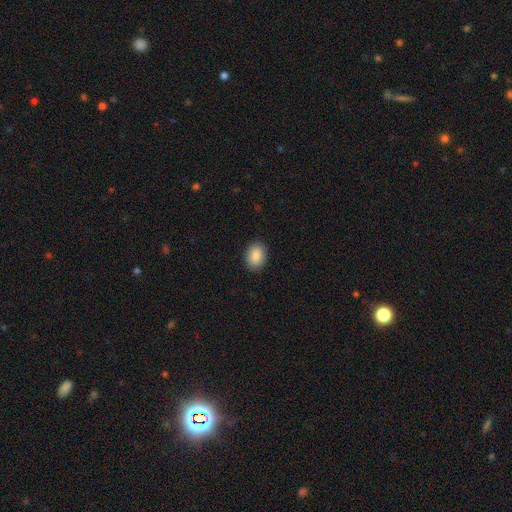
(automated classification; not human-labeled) smooth-or-featured: smooth: 87% | star or artifact: 7% | featured or disk: 6%
  how-rounded: in between: 67% | round: 32% | cigar-shaped: 1%
  merging: none: 89% | minor disturbance: 8% | major disturbance: 2% | merger: 1%